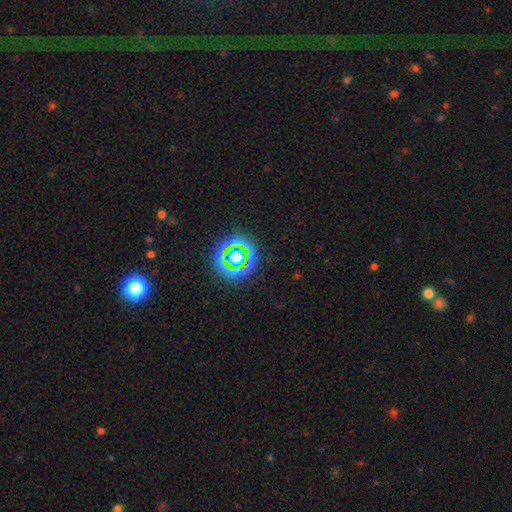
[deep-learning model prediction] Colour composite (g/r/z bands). It shows a star or artifact, not a galaxy (54%).